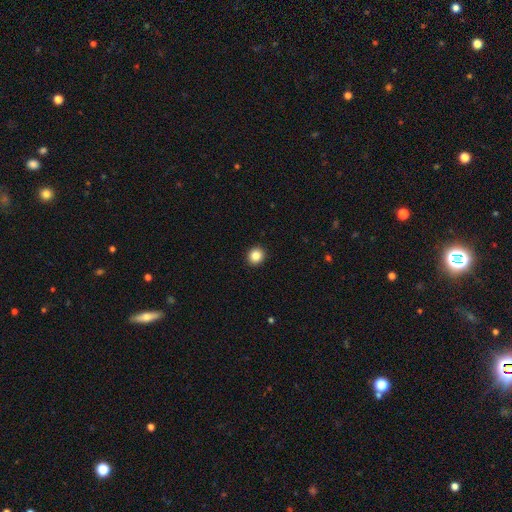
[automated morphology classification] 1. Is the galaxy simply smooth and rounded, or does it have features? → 86% smooth, 10% star or artifact, 4% featured or disk.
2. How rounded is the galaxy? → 89% round, 11% in between, 1% cigar-shaped.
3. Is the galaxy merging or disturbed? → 93% none, 4% minor disturbance, 1% major disturbance, 1% merger.